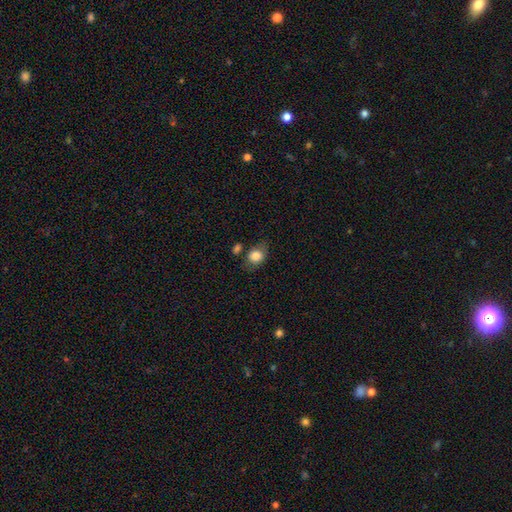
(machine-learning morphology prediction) Smooth or featured? Predicted: smooth (p=0.81). How rounded? Predicted: in between (p=0.59). Merging? Predicted: none (p=0.65).